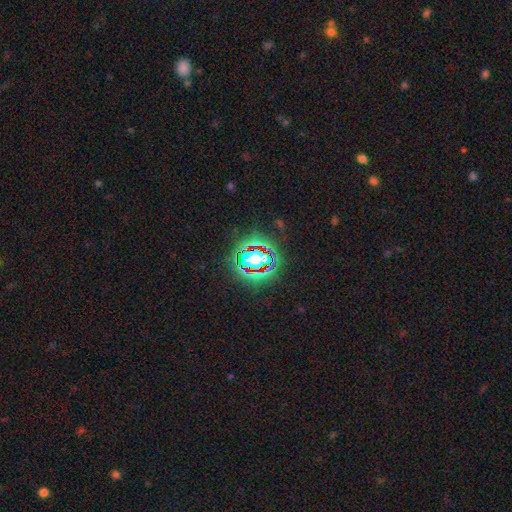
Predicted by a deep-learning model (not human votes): This appears to be a star or artifact, not a galaxy (77%).